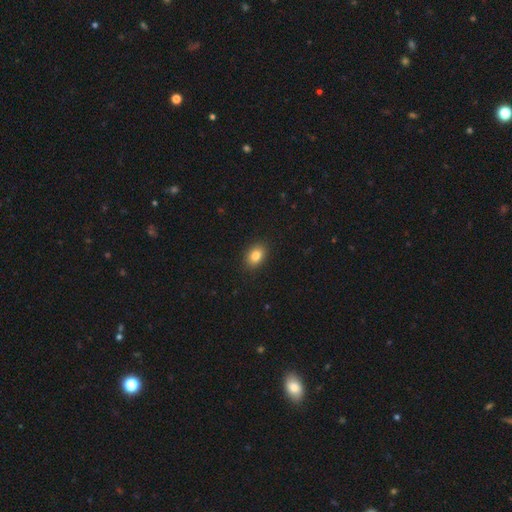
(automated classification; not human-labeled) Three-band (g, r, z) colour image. It shows a smooth galaxy with no disk features (84%) that is in between round and cigar-shaped (76%). Merging: none (90%).